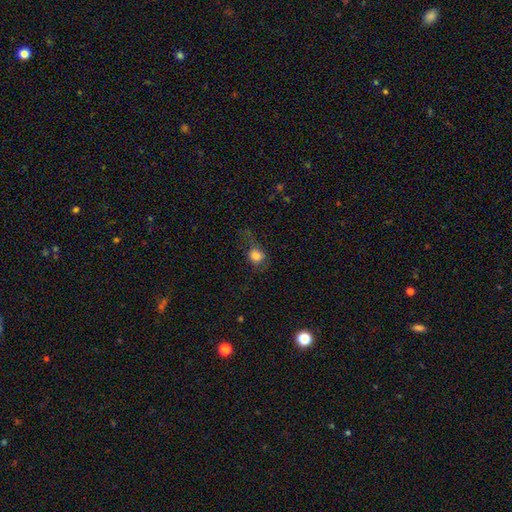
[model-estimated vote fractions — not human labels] Q: Smooth or featured?
A: smooth (76%); runner-up: featured or disk (13%)
Q: How rounded?
A: round (72%); runner-up: in between (26%)
Q: Merging?
A: none (40%); runner-up: major disturbance (33%)